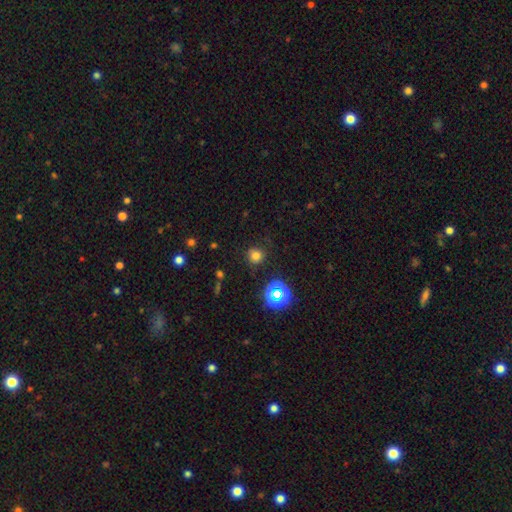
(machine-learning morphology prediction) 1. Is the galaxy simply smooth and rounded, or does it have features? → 73% smooth, 20% star or artifact, 6% featured or disk.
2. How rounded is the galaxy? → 92% round, 7% in between, 1% cigar-shaped.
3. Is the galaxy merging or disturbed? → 84% none, 11% minor disturbance, 4% major disturbance, 2% merger.